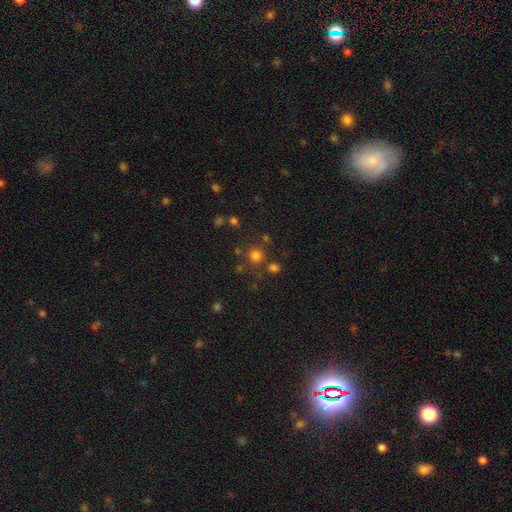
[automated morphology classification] This is likely a smooth galaxy (74%). How rounded: clearly round (92%). Merging: likely none (77%).